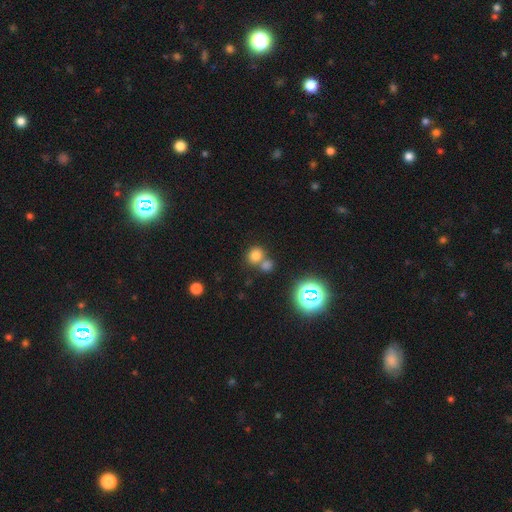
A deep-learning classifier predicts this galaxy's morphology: smooth-or-featured: smooth: 72% | star or artifact: 20% | featured or disk: 8%
  how-rounded: round: 77% | in between: 22% | cigar-shaped: 1%
  merging: none: 50% | merger: 39% | minor disturbance: 8% | major disturbance: 4%